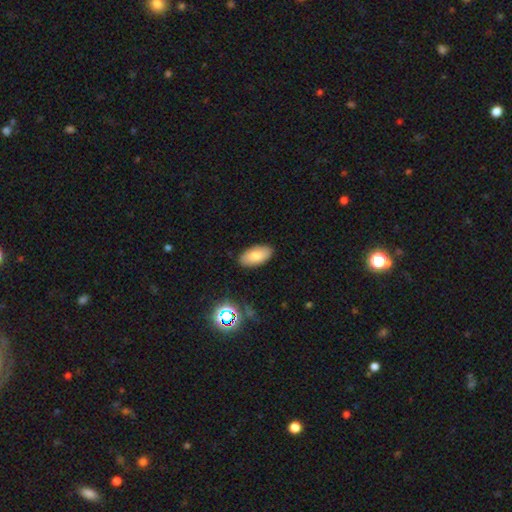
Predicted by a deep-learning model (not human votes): A smooth galaxy with no disk features (78%) that is in between round and cigar-shaped (93%).

Vote fractions:
- Smooth or featured? smooth: 78% / featured or disk: 13% / star or artifact: 9%
- How rounded? in between: 93% / cigar-shaped: 4% / round: 3%
- Merging? none: 87% / minor disturbance: 9% / major disturbance: 2% / merger: 1%